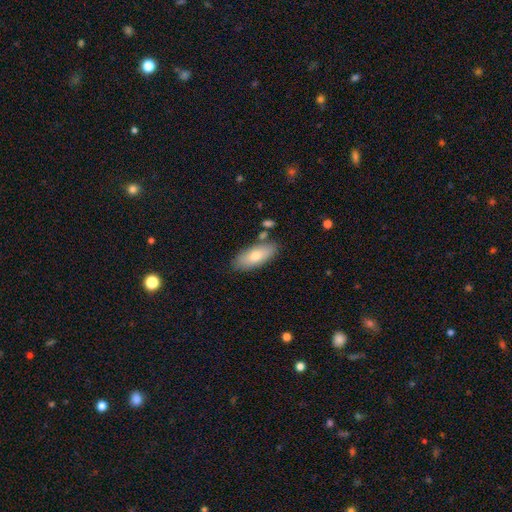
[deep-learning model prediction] Smooth or featured?
  - smooth: 75% *
  - featured or disk: 19%
  - star or artifact: 6%
How rounded?
  - in between: 84% *
  - cigar-shaped: 14%
  - round: 2%
Merging?
  - none: 77% *
  - minor disturbance: 14%
  - merger: 6%
  - major disturbance: 3%